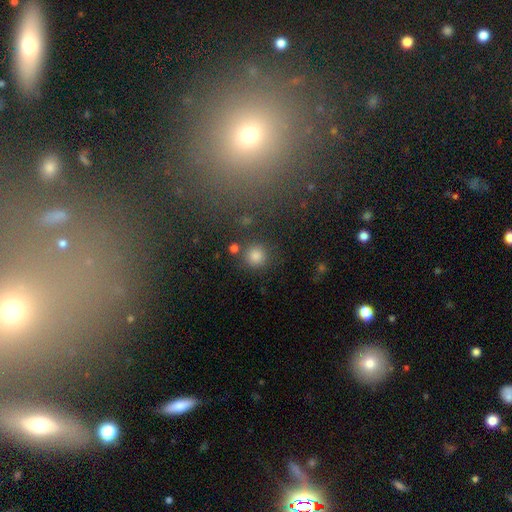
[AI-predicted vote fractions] smooth_or_featured: smooth (p=0.82) [alt: star or artifact p=0.13]
how_rounded: round (p=0.93) [alt: in between p=0.06]
merging: none (p=0.79) [alt: minor disturbance p=0.09]